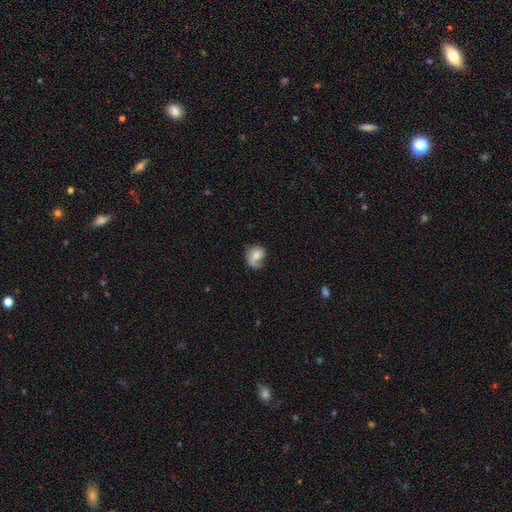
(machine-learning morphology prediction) The model was most divided on "how rounded": round: 54%, in between: 45%, cigar-shaped: 1%. Remaining: smooth or featured — smooth (53%); merging — none (47%).